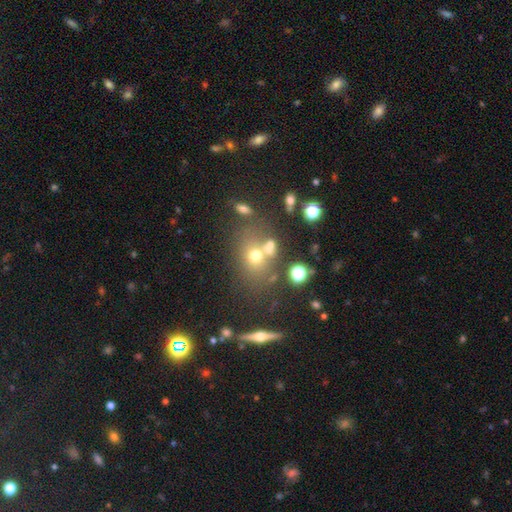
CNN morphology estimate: Smooth or featured? Predicted: smooth (p=0.61). How rounded? Predicted: round (p=0.59). Merging? Predicted: none (p=0.55).